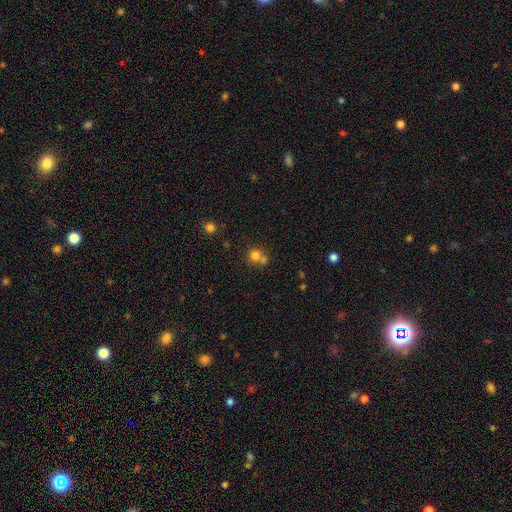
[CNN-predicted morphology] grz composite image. It shows a smooth galaxy with no disk features (75%) that is round (87%). Merging: none (48%).